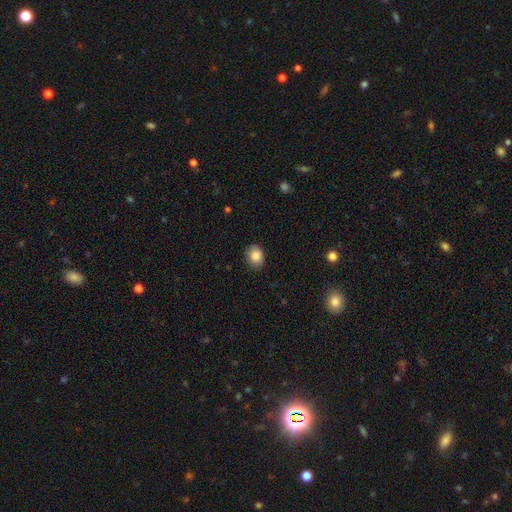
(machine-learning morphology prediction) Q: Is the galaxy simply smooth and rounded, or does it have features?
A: smooth — 86%.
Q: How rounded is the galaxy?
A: in between — 51%.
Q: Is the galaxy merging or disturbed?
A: none — 82%.